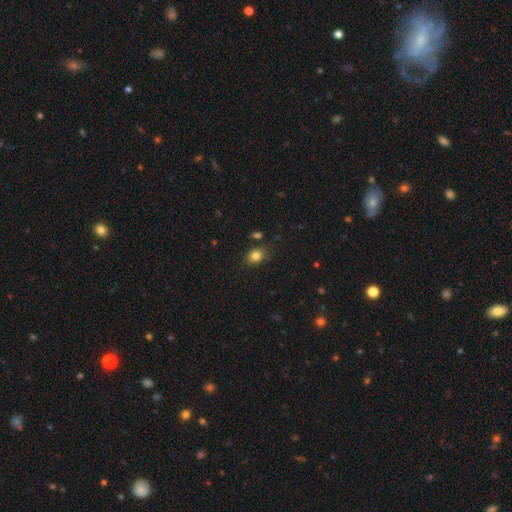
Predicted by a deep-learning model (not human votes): Q: Smooth or featured?
A: smooth (83%); runner-up: star or artifact (11%)
Q: How rounded?
A: in between (58%); runner-up: round (41%)
Q: Merging?
A: none (80%); runner-up: minor disturbance (13%)